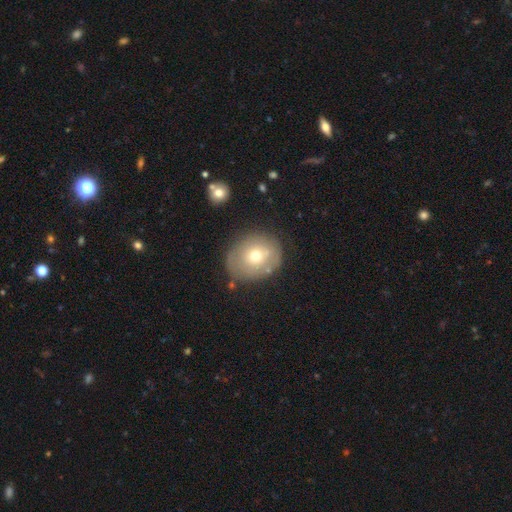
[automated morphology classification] A smooth galaxy with no disk features (61%) that is round (67%).

Vote fractions:
- Smooth or featured? smooth: 61% / featured or disk: 29% / star or artifact: 10%
- How rounded? round: 67% / in between: 32% / cigar-shaped: 1%
- Merging? none: 72% / minor disturbance: 17% / major disturbance: 6% / merger: 5%